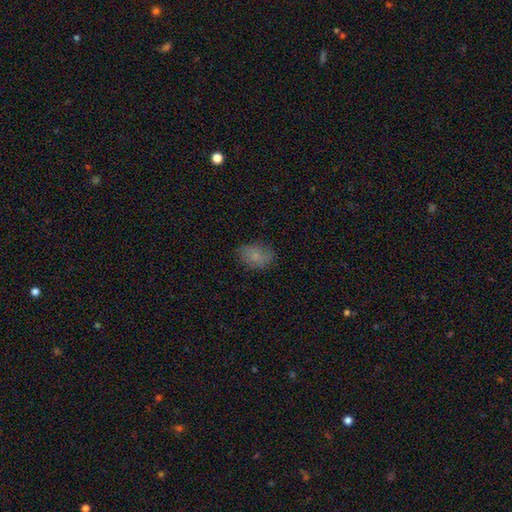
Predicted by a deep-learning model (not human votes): The model was most divided on "how rounded": in between: 74%, round: 25%, cigar-shaped: 1%. More confident: smooth or featured — smooth (76%); merging — none (73%).